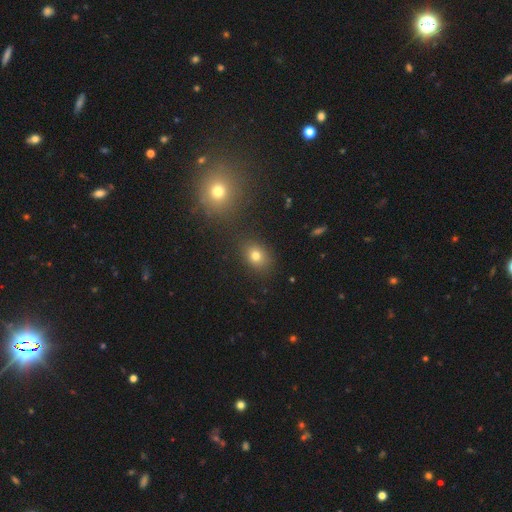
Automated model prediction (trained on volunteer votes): Smooth or featured? smooth (75%)
How rounded? in between (52%)
Merging? none (82%)